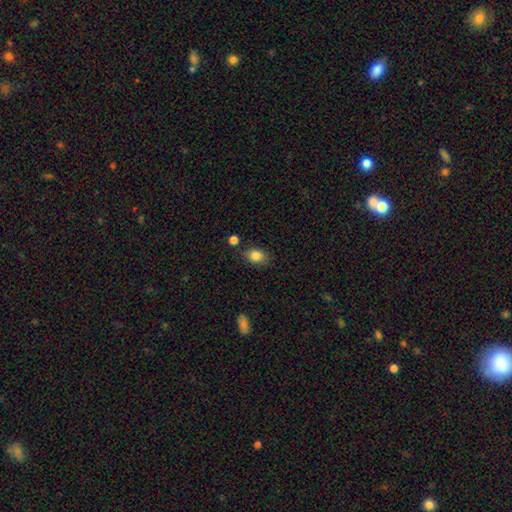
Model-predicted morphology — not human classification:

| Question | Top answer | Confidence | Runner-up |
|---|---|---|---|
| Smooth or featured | smooth | 85% | star or artifact (9%) |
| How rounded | in between | 69% | round (30%) |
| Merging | none | 78% | minor disturbance (14%) |